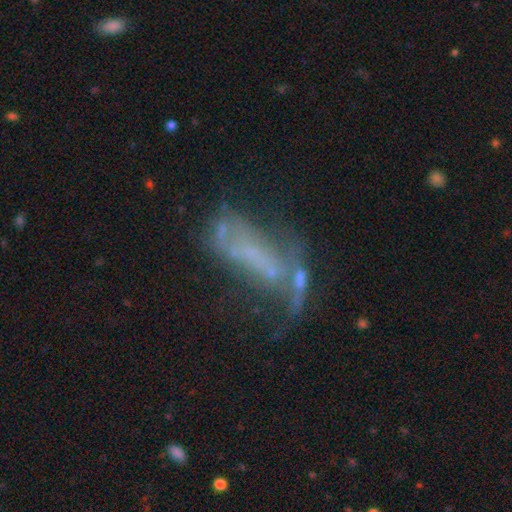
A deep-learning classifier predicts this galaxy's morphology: Smooth or featured?
  - featured or disk: 58% *
  - smooth: 24%
  - star or artifact: 19%
Edge-on disk?
  - no: 87% *
  - yes: 13%
Bar?
  - no: 75% *
  - weak: 14%
  - strong: 11%
Spiral arms?
  - no: 77% *
  - yes: 23%
Bulge size?
  - none: 76% *
  - small: 15%
  - moderate: 5%
  - large: 2%
  - dominant: 1%
Merging?
  - major disturbance: 38% *
  - none: 23%
  - merger: 23%
  - minor disturbance: 16%